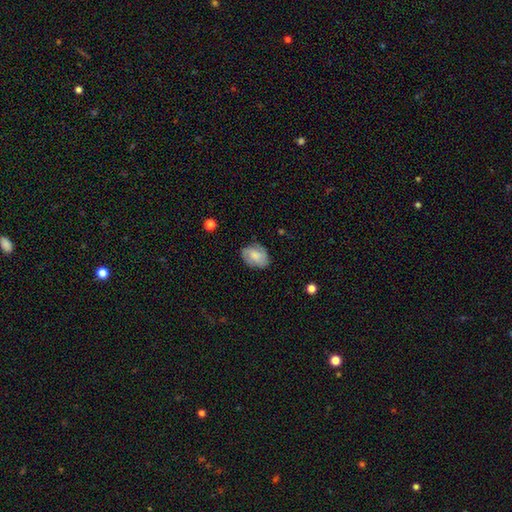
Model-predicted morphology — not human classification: Overall: smooth (60%; featured or disk 32%). How rounded: in between (72%). Merging: none (75%).